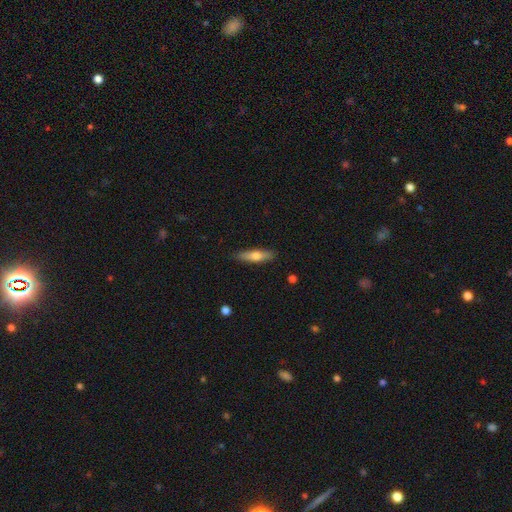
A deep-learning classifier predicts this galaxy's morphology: Q: Smooth or featured?
A: smooth (59%); runner-up: featured or disk (35%)
Q: How rounded?
A: cigar-shaped (69%); runner-up: in between (28%)
Q: Merging?
A: none (88%); runner-up: minor disturbance (9%)